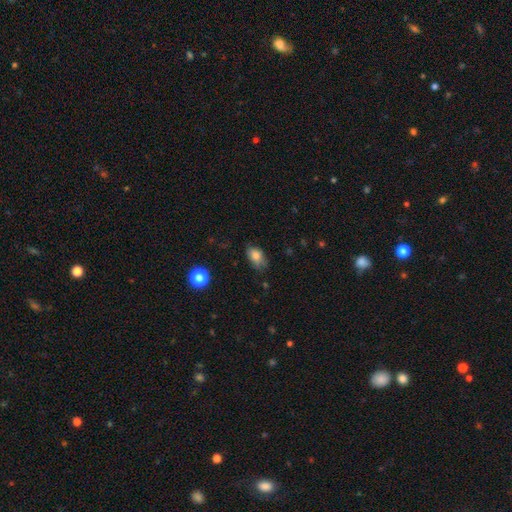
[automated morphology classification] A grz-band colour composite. It shows a smooth galaxy with no disk features (79%) that is in between round and cigar-shaped (84%). Merging: none (61%).